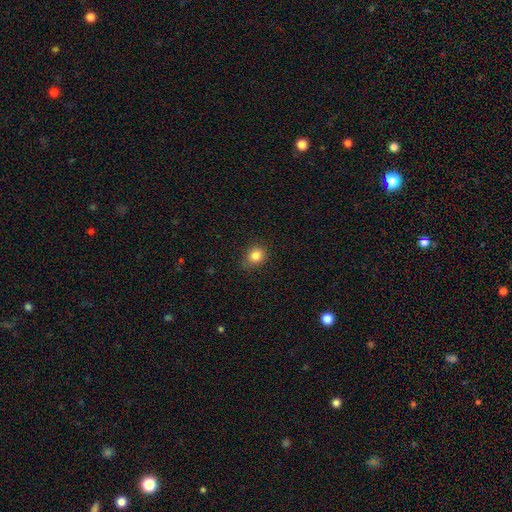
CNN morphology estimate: The model was most divided on "how rounded": round: 72%, in between: 27%, cigar-shaped: 1%. More confident: smooth or featured — smooth (84%); merging — none (80%).